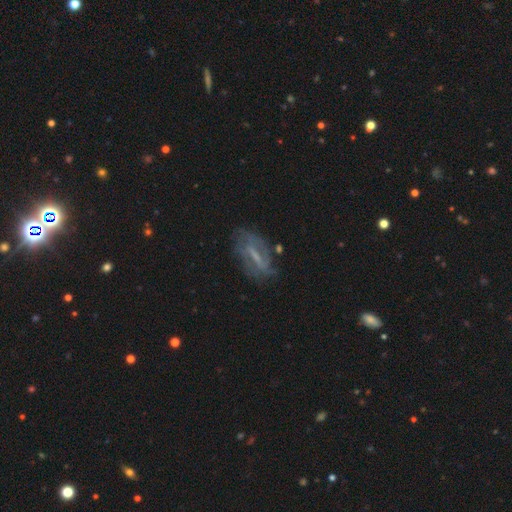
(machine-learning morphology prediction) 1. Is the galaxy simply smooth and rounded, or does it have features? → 65% featured or disk, 25% smooth, 10% star or artifact.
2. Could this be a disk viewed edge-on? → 83% no, 17% yes.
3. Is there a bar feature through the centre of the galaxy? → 43% strong, 38% weak, 19% no.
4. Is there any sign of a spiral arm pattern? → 65% yes, 35% no.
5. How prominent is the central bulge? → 36% none (tied), 36% small (tied), 24% moderate, 3% large, 1% dominant.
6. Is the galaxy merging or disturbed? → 63% none, 22% minor disturbance, 12% major disturbance, 3% merger.